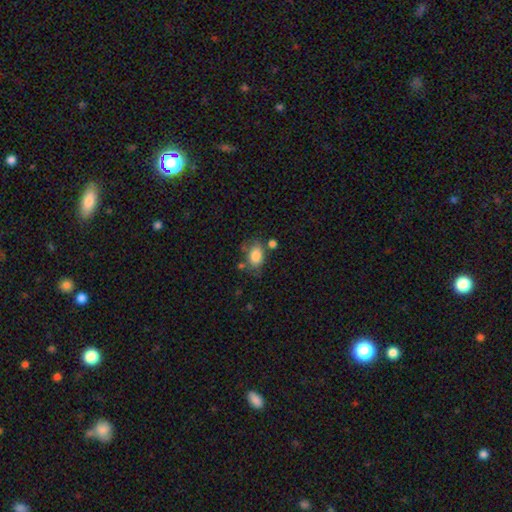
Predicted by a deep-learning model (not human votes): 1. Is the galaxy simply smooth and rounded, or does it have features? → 82% smooth, 10% featured or disk, 8% star or artifact.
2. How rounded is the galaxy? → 84% in between, 15% round, 2% cigar-shaped.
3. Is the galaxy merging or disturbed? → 58% none, 21% minor disturbance, 13% merger, 8% major disturbance.